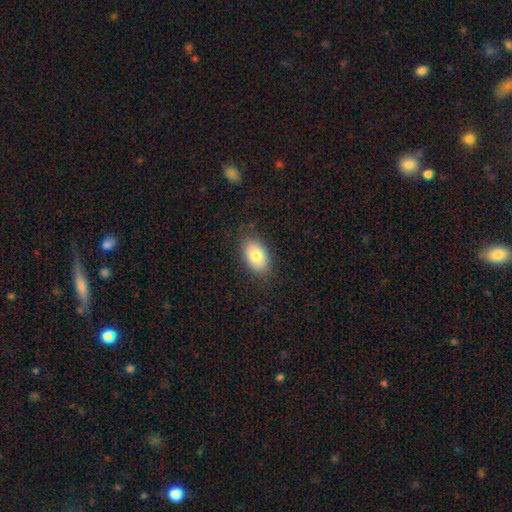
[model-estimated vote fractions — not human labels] smooth_or_featured: smooth (p=0.79) [alt: featured or disk p=0.13]
how_rounded: in between (p=0.90) [alt: round p=0.08]
merging: none (p=0.84) [alt: minor disturbance p=0.12]